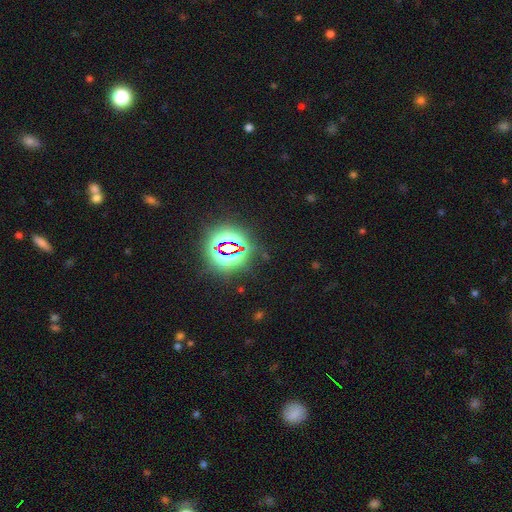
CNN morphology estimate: Smooth or featured: star or artifact — 77% (smooth — 16%)